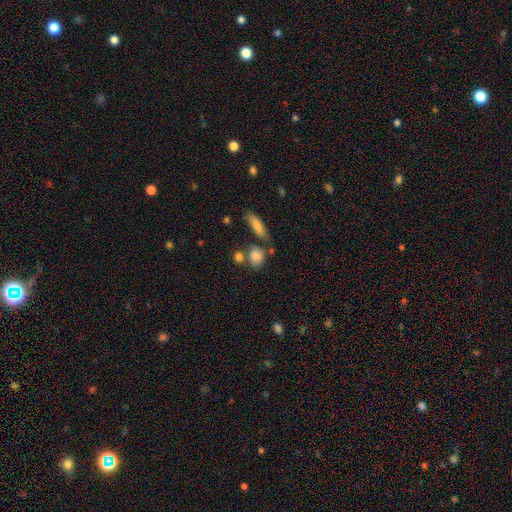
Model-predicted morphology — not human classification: This is clearly a smooth galaxy (84%). How rounded: possibly round (54%). Merging: likely none (60%).